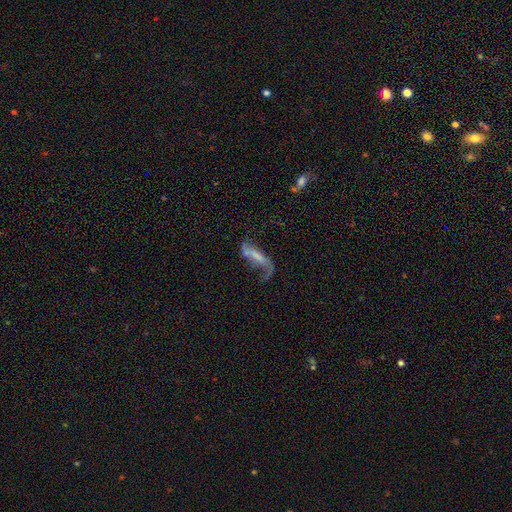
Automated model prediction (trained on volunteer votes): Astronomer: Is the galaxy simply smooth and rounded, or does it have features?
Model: featured or disk — 58%.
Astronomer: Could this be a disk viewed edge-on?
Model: no — 82%.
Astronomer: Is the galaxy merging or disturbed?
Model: major disturbance — 41% (runner-up: none, 30%).